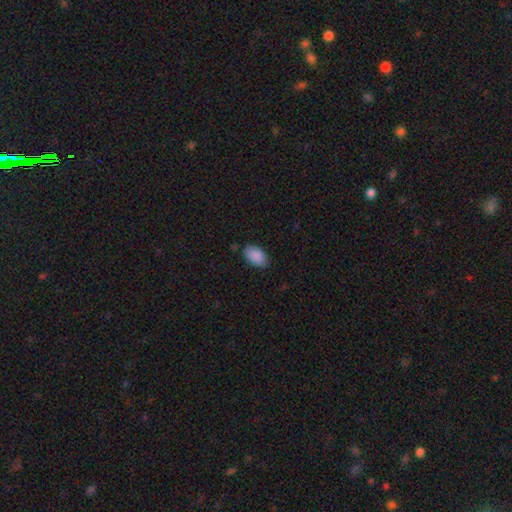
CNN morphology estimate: This appears to be a smooth galaxy with no disk features (90%) that is in between round and cigar-shaped (93%). Merging: none (82%).